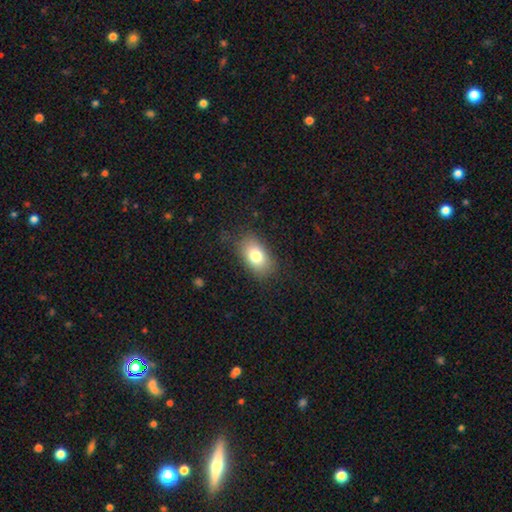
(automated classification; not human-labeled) Smooth or featured? Predicted: smooth (p=0.78). How rounded? Predicted: in between (p=0.88). Merging? Predicted: none (p=0.81).